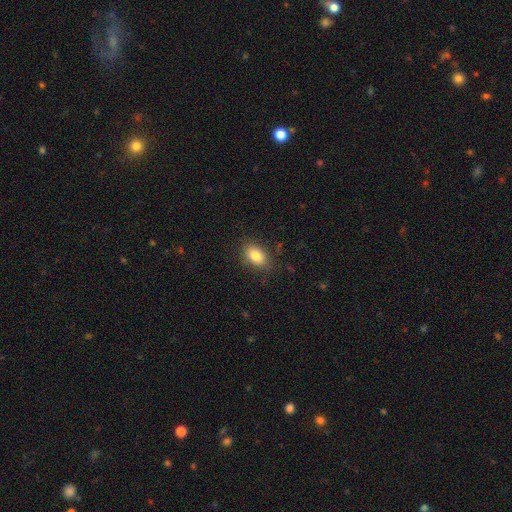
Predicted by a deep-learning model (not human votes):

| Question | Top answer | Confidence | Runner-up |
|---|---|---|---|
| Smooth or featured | smooth | 83% | star or artifact (8%) |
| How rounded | in between | 84% | round (14%) |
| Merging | none | 82% | minor disturbance (13%) |